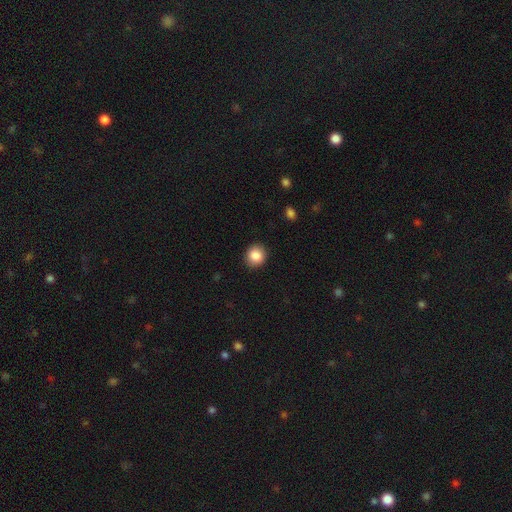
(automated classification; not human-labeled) Smooth or featured? smooth (87%)
How rounded? round (85%)
Merging? none (90%)